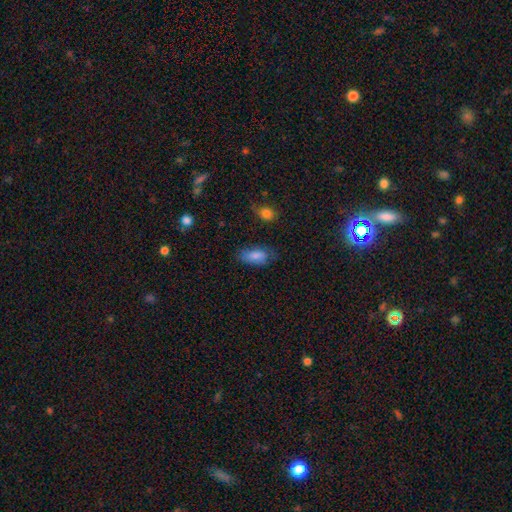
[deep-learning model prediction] Smooth or featured: smooth — 83% (featured or disk — 10%)
How rounded: in between — 88% (cigar-shaped — 8%)
Merging: none — 65% (minor disturbance — 25%)